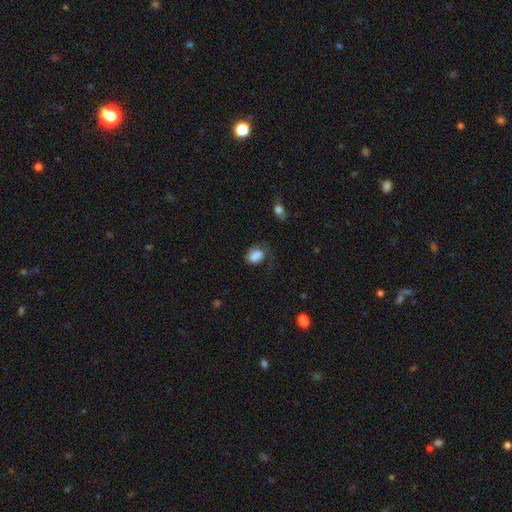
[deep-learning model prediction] Morphology: type=smooth (78%); roundness=in between (75%); merging=none (43%).